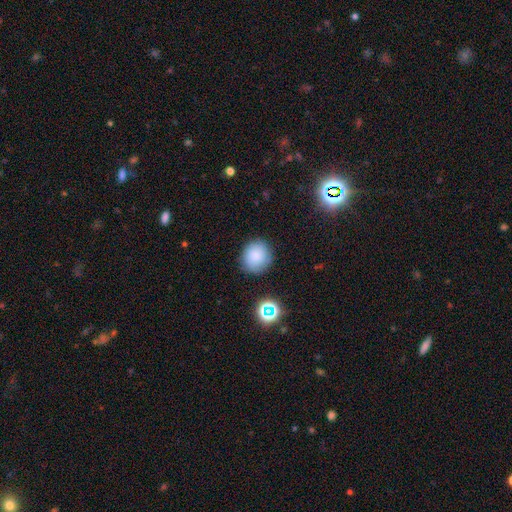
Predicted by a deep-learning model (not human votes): A smooth galaxy with no disk features (83%) that is round (86%). Merging: none (85%).